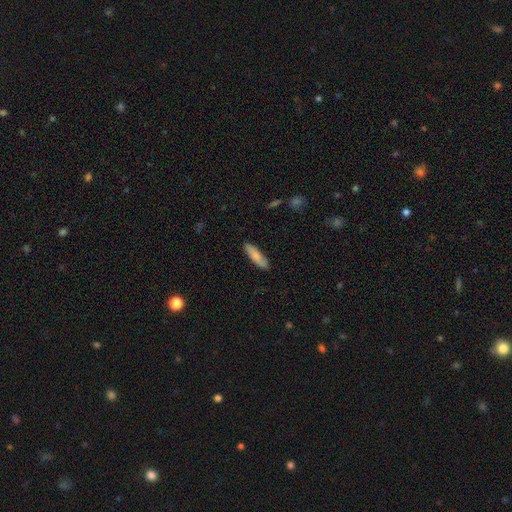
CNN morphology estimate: A smooth galaxy with no disk features (76%) that is cigar-shaped (65%). Merging: none (85%).